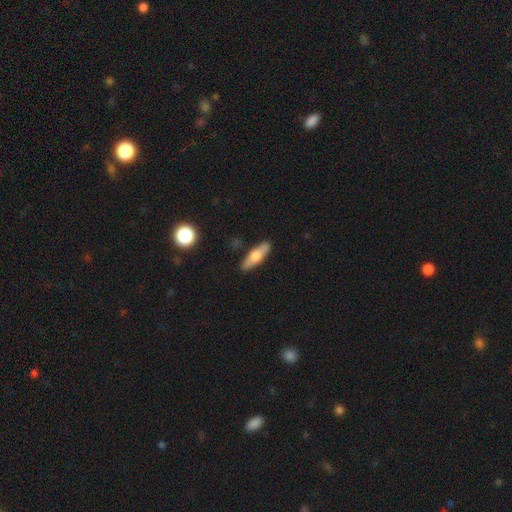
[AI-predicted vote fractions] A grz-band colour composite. It shows a smooth galaxy with no disk features (57%) that is cigar-shaped (57%). Merging: none (88%).